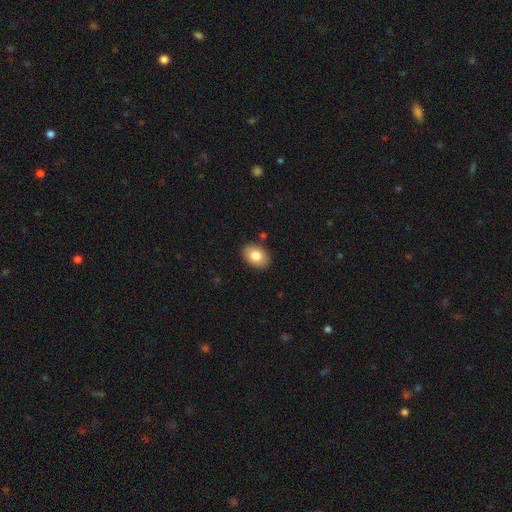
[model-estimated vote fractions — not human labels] Q: Smooth or featured?
A: smooth (83%); runner-up: featured or disk (10%)
Q: How rounded?
A: in between (82%); runner-up: round (17%)
Q: Merging?
A: none (87%); runner-up: minor disturbance (9%)